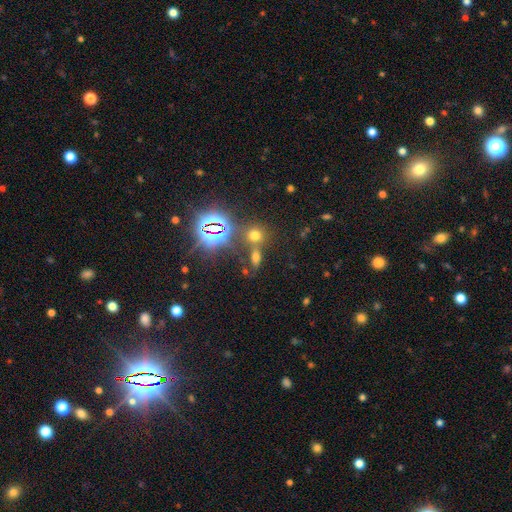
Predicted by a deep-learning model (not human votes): Smooth or featured? star or artifact (57%)